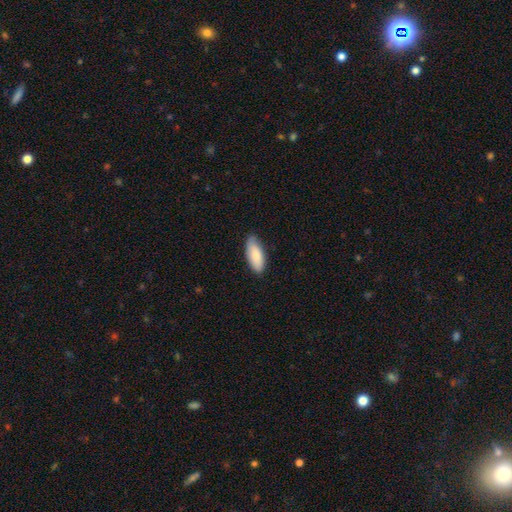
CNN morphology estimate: Overall: smooth (84%). How rounded: in between (80%). Merging: none (83%).